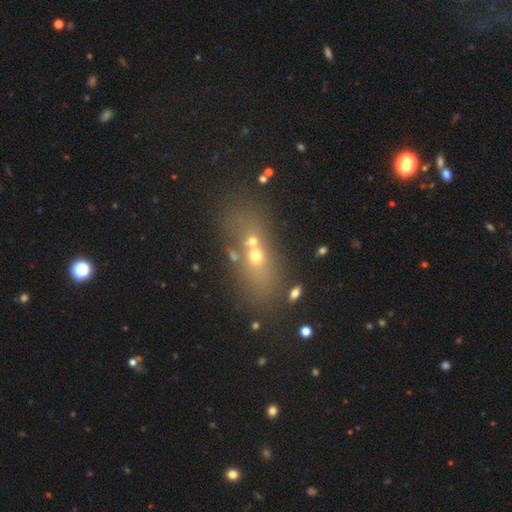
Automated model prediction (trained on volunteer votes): This is possibly a smooth galaxy (47%). Merging: marginally merger (44%).